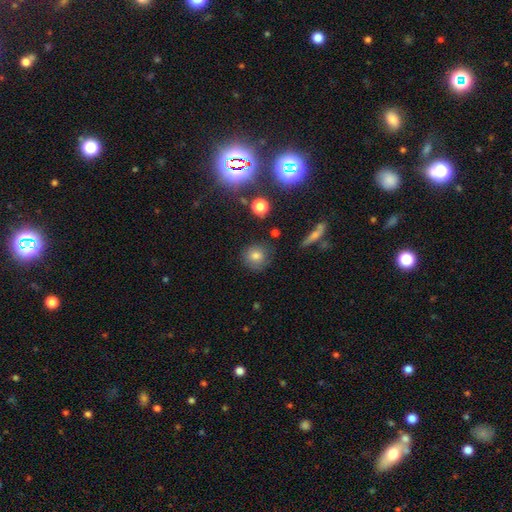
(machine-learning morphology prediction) A smooth galaxy with no disk features (77%) that is round (89%). Merging: none (82%).